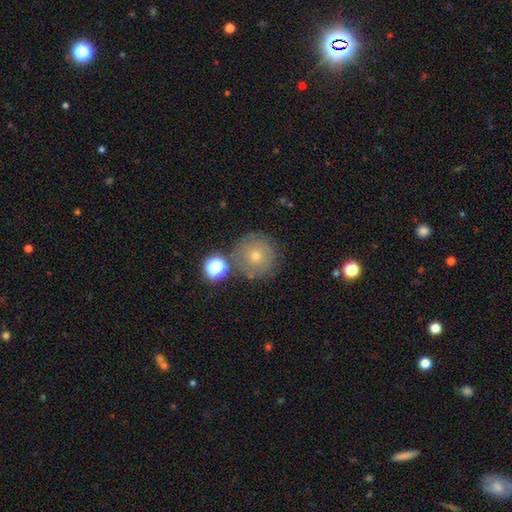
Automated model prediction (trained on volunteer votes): smooth 51%, featured or disk 32%, star or artifact 18%. Down the decision tree: how rounded — round (95%); merging — none (78%).